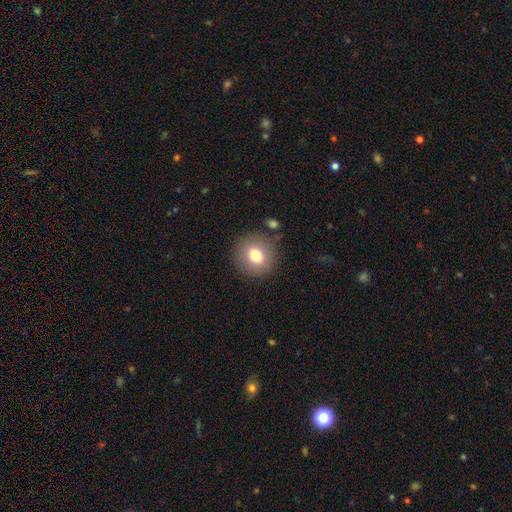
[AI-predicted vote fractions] Smooth or featured: smooth — 77% (featured or disk — 13%)
How rounded: round — 88% (in between — 11%)
Merging: none — 85% (minor disturbance — 9%)